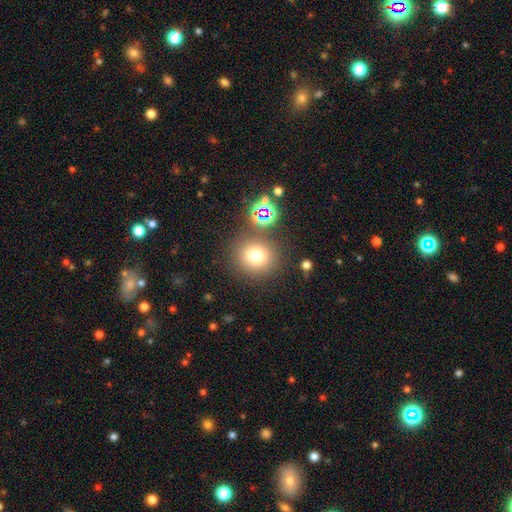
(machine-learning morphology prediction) Smooth or featured: smooth — 74% (star or artifact — 18%)
How rounded: round — 89% (in between — 10%)
Merging: none — 81% (minor disturbance — 8%)